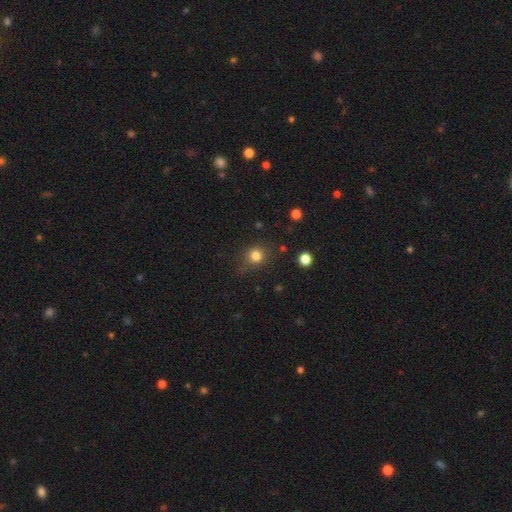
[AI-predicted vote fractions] Smooth or featured? Predicted: smooth (p=0.80). How rounded? Predicted: round (p=0.83). Merging? Predicted: none (p=0.75).